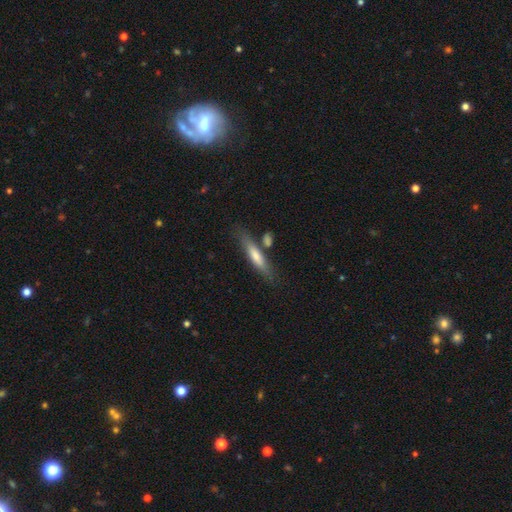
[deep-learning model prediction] Q: Smooth or featured?
A: smooth (53%); runner-up: featured or disk (39%)
Q: How rounded?
A: cigar-shaped (87%); runner-up: in between (11%)
Q: Merging?
A: none (78%); runner-up: minor disturbance (12%)